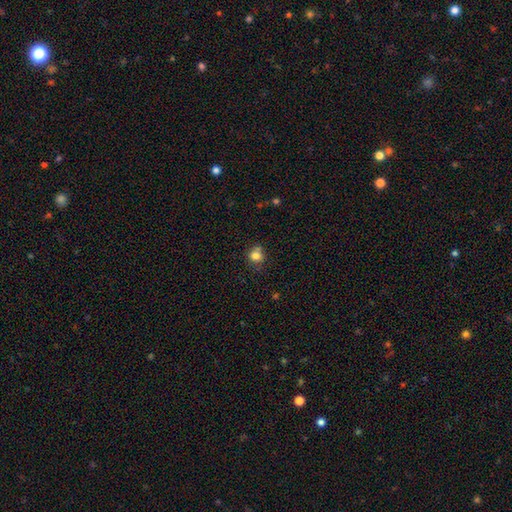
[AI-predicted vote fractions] smooth 80%, star or artifact 12%, featured or disk 8%. Down the decision tree: how rounded — round (79%); merging — none (61%).